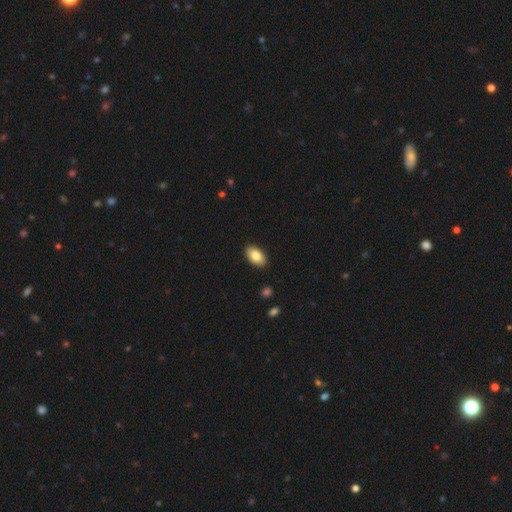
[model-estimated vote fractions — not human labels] This is clearly a smooth galaxy (83%). How rounded: clearly in between (94%). Merging: clearly none (90%).